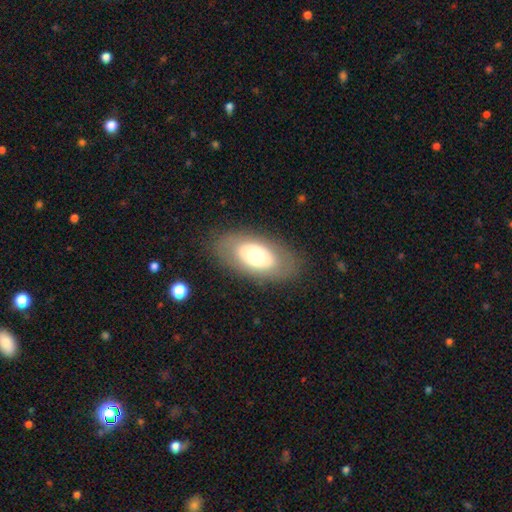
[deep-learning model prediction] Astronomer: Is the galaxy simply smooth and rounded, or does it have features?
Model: smooth — 51% (runner-up: featured or disk, 42%).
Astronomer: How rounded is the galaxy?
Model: in between — 90%.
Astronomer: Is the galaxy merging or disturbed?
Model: none — 81%.